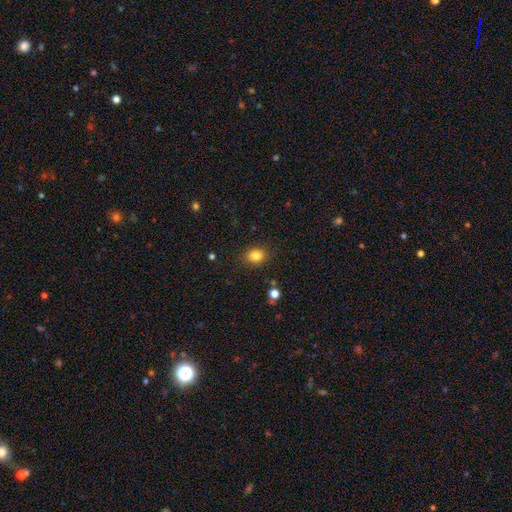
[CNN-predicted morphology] Overall: smooth (83%). How rounded: round (50%; in between 49%). Merging: none (85%).